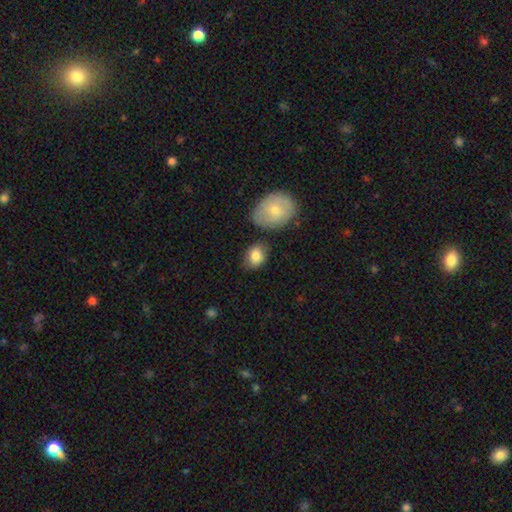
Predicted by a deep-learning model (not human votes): smooth-or-featured: smooth: 82% | featured or disk: 11% | star or artifact: 7%
  how-rounded: in between: 67% | round: 32% | cigar-shaped: 1%
  merging: none: 68% | minor disturbance: 20% | merger: 8% | major disturbance: 5%